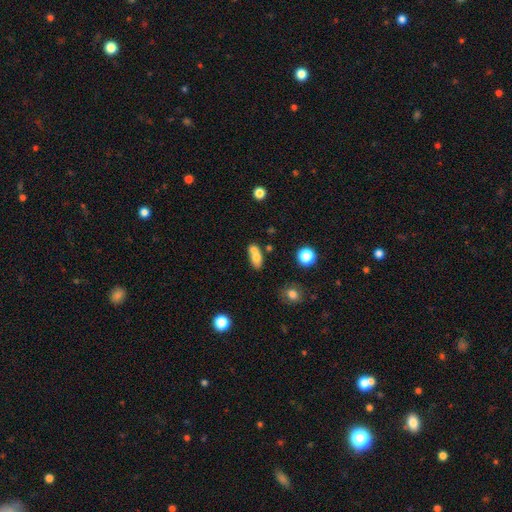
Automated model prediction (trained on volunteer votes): Overall: smooth (69%). How rounded: in between (77%). Merging: merger (53%; none 32%).